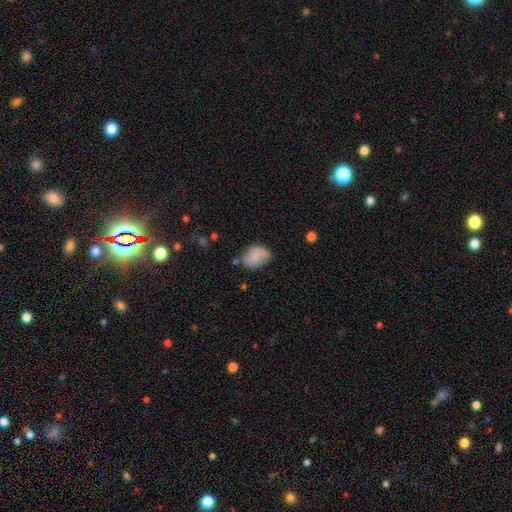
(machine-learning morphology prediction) smooth-or-featured: smooth: 65% | featured or disk: 26% | star or artifact: 9%
  how-rounded: in between: 72% | round: 26% | cigar-shaped: 1%
  merging: none: 61% | minor disturbance: 26% | major disturbance: 8% | merger: 5%